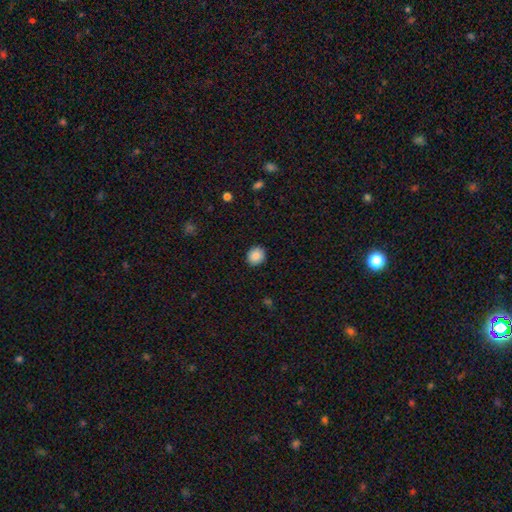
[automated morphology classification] Smooth or featured: smooth — 88% (star or artifact — 9%)
How rounded: round — 78% (in between — 21%)
Merging: none — 91% (minor disturbance — 6%)